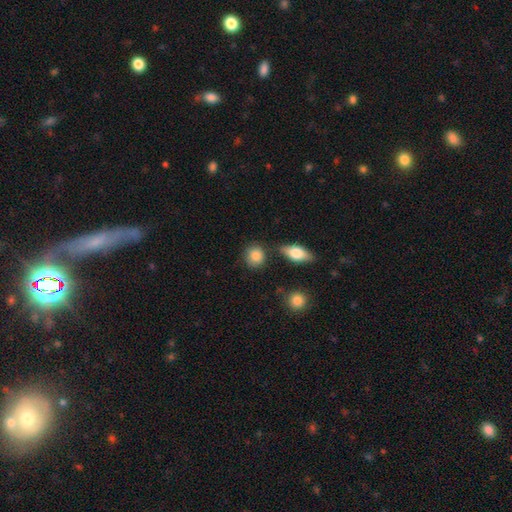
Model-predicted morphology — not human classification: smooth 85%, star or artifact 8%, featured or disk 7%. Down the decision tree: how rounded — round (75%); merging — none (77%).